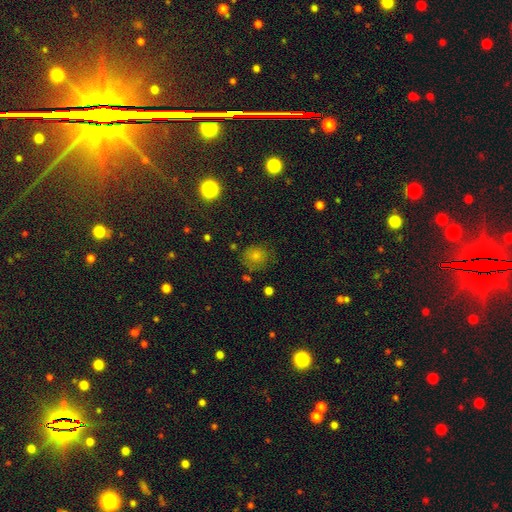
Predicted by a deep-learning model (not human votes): Smooth or featured: smooth — 60% (star or artifact — 28%)
How rounded: round — 84% (in between — 15%)
Merging: none — 80% (minor disturbance — 13%)